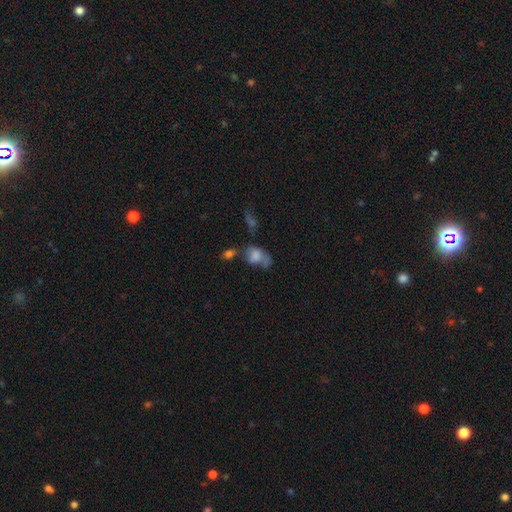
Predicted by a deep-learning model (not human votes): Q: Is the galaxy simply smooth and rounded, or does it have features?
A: smooth — 67%.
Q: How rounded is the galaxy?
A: in between — 79%.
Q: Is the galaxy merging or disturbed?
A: merger — 28%.